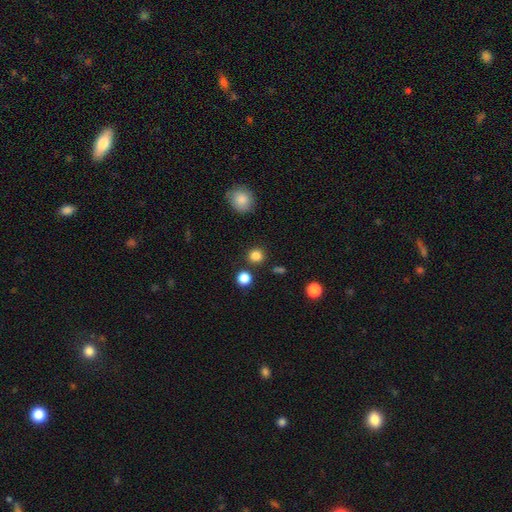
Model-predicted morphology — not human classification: This is clearly a smooth galaxy (83%). How rounded: clearly round (90%). Merging: clearly none (86%).